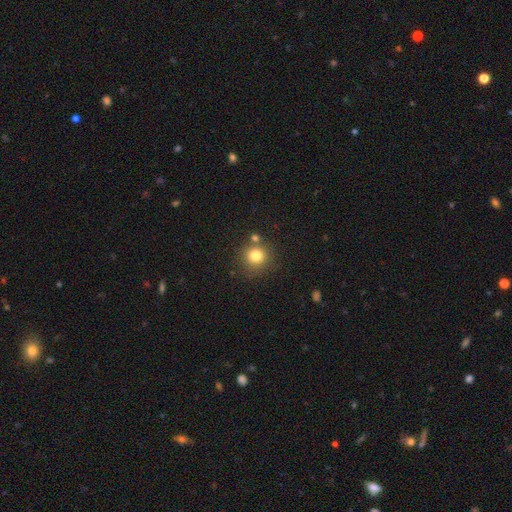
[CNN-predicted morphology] A smooth galaxy with no disk features (80%) that is round (91%). Merging: none (74%).